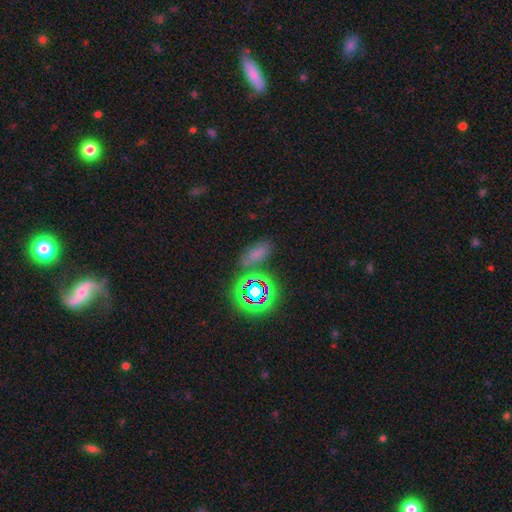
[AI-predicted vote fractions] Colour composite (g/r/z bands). It shows a smooth galaxy with no disk features (52%) that is in between round and cigar-shaped (78%). Merging: none (67%).